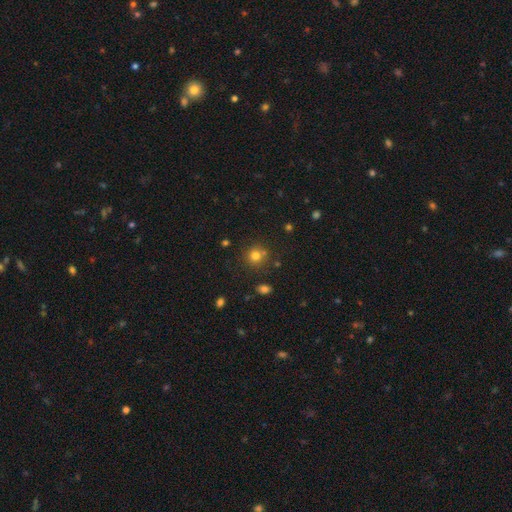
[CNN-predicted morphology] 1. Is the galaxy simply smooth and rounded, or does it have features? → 76% smooth, 17% star or artifact, 8% featured or disk.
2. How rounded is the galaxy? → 90% round, 9% in between, 1% cigar-shaped.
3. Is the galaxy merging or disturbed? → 76% none, 11% merger, 10% minor disturbance, 3% major disturbance.